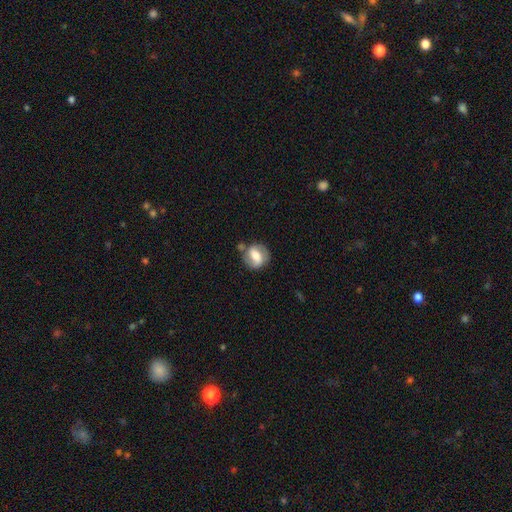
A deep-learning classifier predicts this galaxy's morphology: Smooth or featured?
  - smooth: 46% * (tied)
  - featured or disk: 46% * (tied)
  - star or artifact: 7%
Merging?
  - none: 60% *
  - minor disturbance: 21%
  - merger: 11%
  - major disturbance: 8%